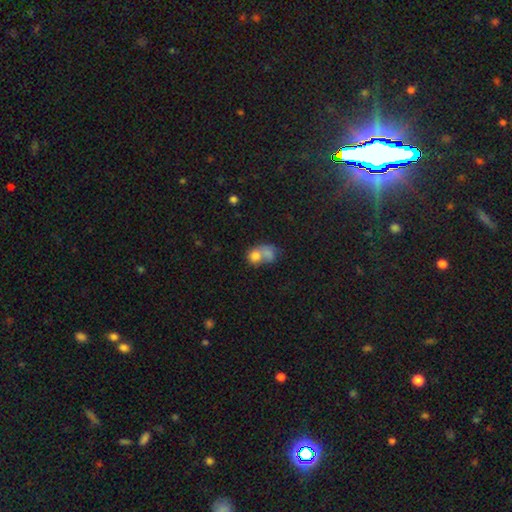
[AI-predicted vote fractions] A smooth galaxy with no disk features (73%) that is round (53%).

Vote fractions:
- Smooth or featured? smooth: 73% / featured or disk: 17% / star or artifact: 10%
- How rounded? round: 53% / in between: 46% / cigar-shaped: 1%
- Merging? merger: 65% / none: 18% / major disturbance: 9% / minor disturbance: 8%